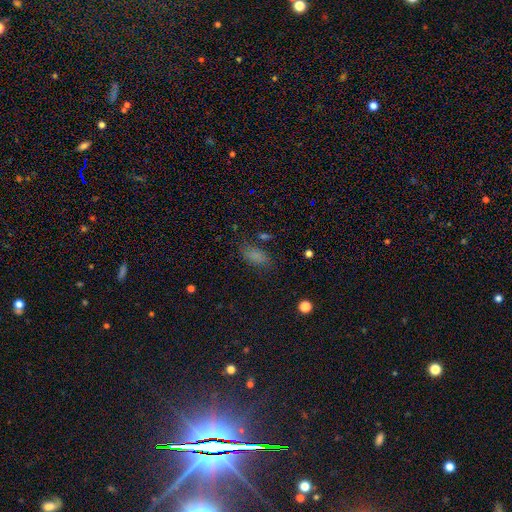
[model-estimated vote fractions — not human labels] smooth-or-featured: smooth: 79% | star or artifact: 14% | featured or disk: 7%
  how-rounded: in between: 87% | cigar-shaped: 9% | round: 4%
  merging: none: 74% | minor disturbance: 17% | major disturbance: 6% | merger: 3%